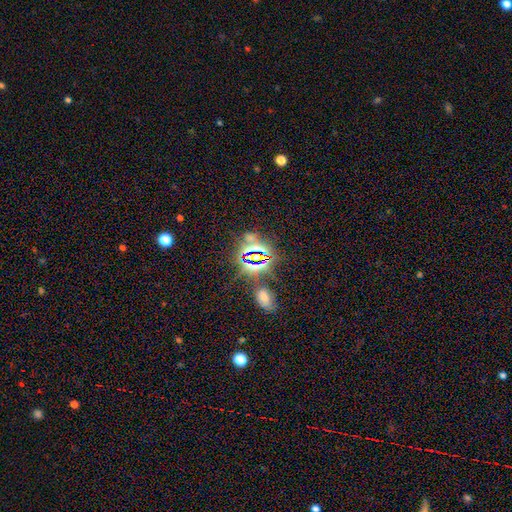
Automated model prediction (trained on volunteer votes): smooth_or_featured: star or artifact (p=0.78) [alt: smooth p=0.14]